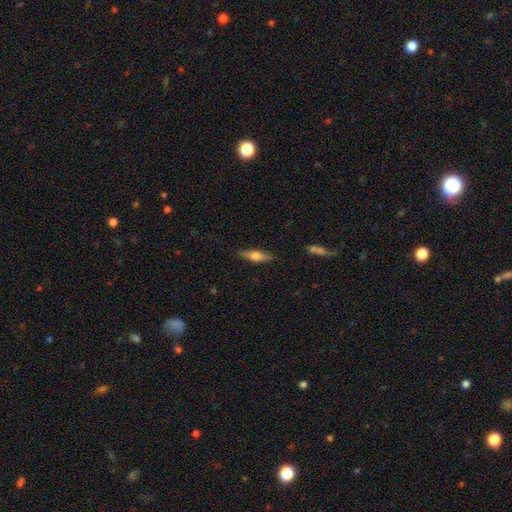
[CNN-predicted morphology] Q: Smooth or featured?
A: smooth (49%); runner-up: featured or disk (45%)
Q: Merging?
A: none (87%); runner-up: minor disturbance (10%)